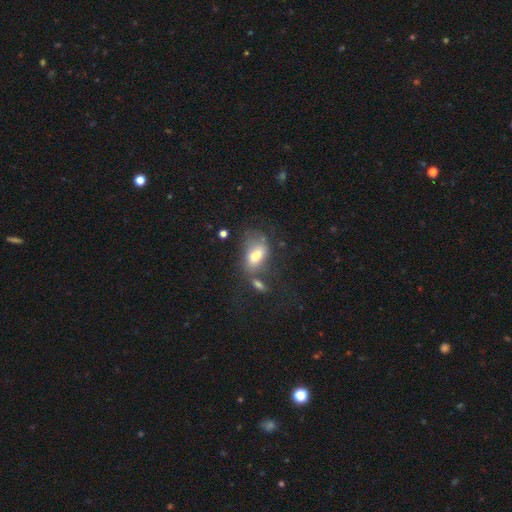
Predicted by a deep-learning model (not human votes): smooth_or_featured: smooth (p=0.67) [alt: featured or disk p=0.23]
how_rounded: in between (p=0.87) [alt: round p=0.08]
merging: none (p=0.37) [alt: minor disturbance p=0.22]